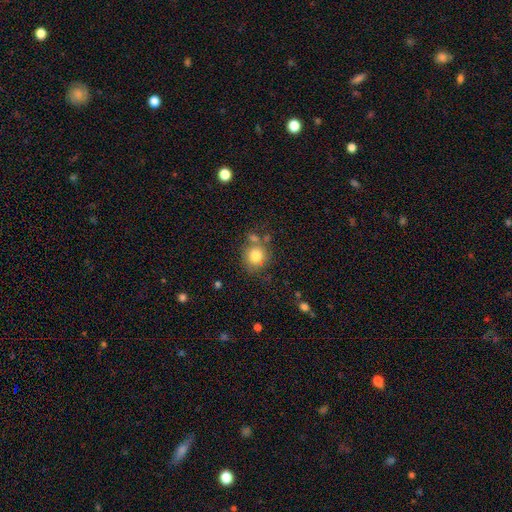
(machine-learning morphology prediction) smooth_or_featured: smooth (p=0.80) [alt: star or artifact p=0.10]
how_rounded: round (p=0.84) [alt: in between p=0.15]
merging: none (p=0.65) [alt: minor disturbance p=0.15]